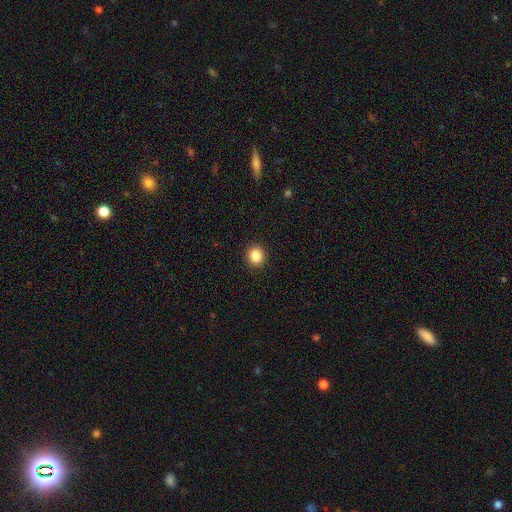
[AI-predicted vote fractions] Q: Smooth or featured?
A: smooth (86%); runner-up: star or artifact (10%)
Q: How rounded?
A: round (88%); runner-up: in between (11%)
Q: Merging?
A: none (92%); runner-up: minor disturbance (5%)